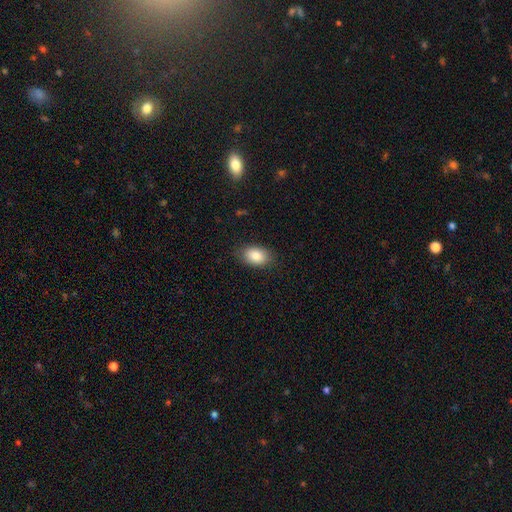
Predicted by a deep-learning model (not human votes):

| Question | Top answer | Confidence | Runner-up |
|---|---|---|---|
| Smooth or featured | smooth | 86% | star or artifact (7%) |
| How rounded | in between | 88% | round (11%) |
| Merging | none | 85% | minor disturbance (11%) |